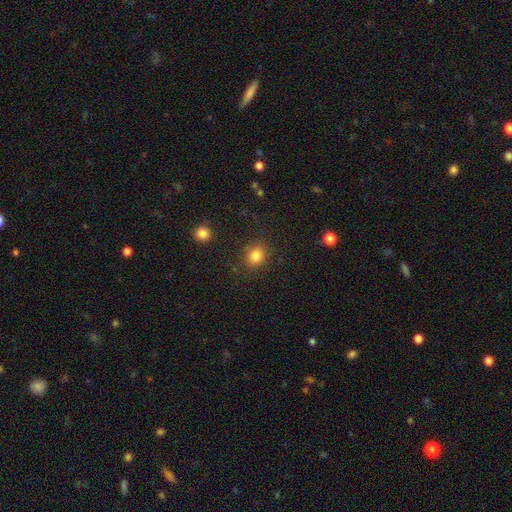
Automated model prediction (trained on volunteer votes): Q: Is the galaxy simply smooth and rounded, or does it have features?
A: smooth — 83%.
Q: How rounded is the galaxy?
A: round — 75%.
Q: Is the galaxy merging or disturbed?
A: none — 86%.